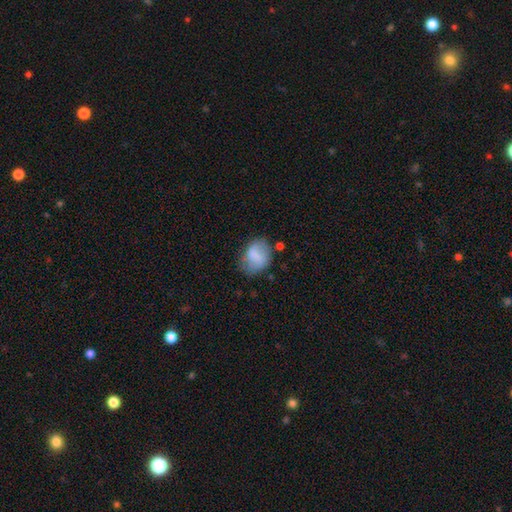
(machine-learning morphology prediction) A smooth galaxy with no disk features (69%) that is in between round and cigar-shaped (59%). Merging: none (59%).